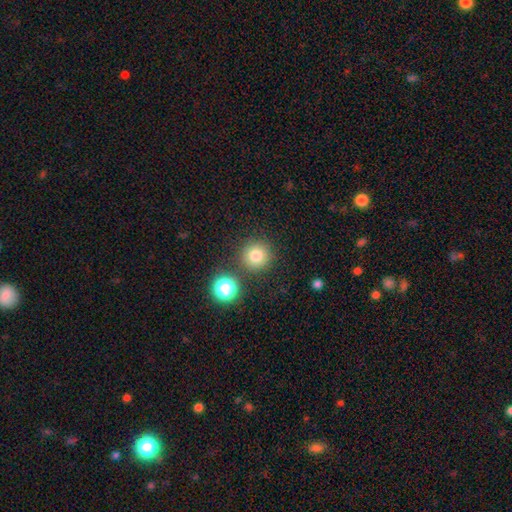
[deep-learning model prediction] smooth 79%, star or artifact 14%, featured or disk 7%. Down the decision tree: how rounded — round (94%); merging — none (81%).